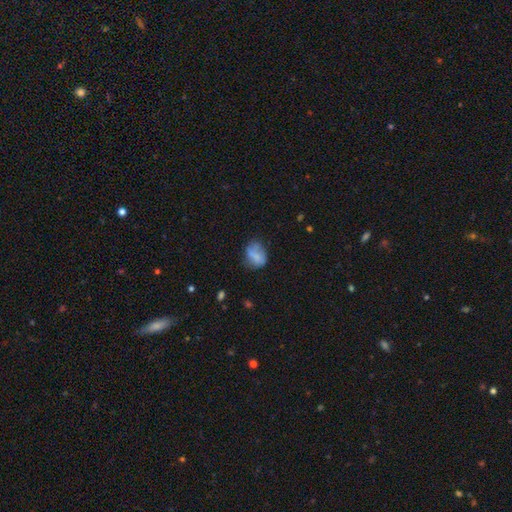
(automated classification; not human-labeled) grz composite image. It shows a smooth galaxy with no disk features (70%) that is in between round and cigar-shaped (59%). Merging: none (48%).